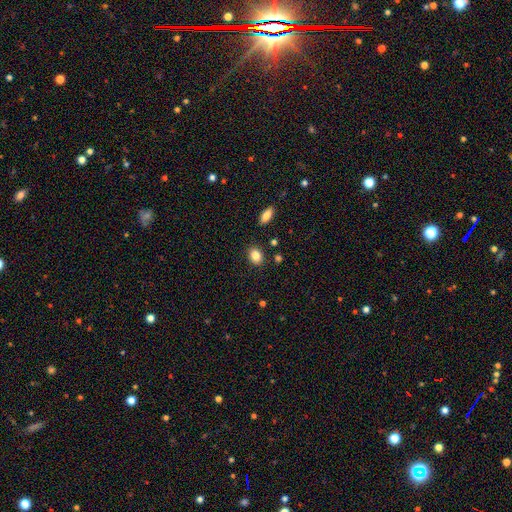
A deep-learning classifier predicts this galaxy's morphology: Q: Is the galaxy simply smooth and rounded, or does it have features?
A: smooth — 85%.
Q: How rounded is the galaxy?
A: in between — 63%.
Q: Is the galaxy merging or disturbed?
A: none — 86%.